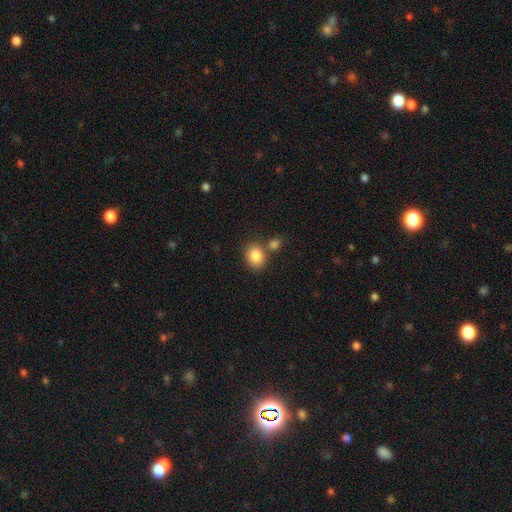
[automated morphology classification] smooth-or-featured: smooth: 85% | star or artifact: 9% | featured or disk: 7%
  how-rounded: in between: 50% | round: 49% | cigar-shaped: 1%
  merging: none: 63% | merger: 23% | minor disturbance: 11% | major disturbance: 3%